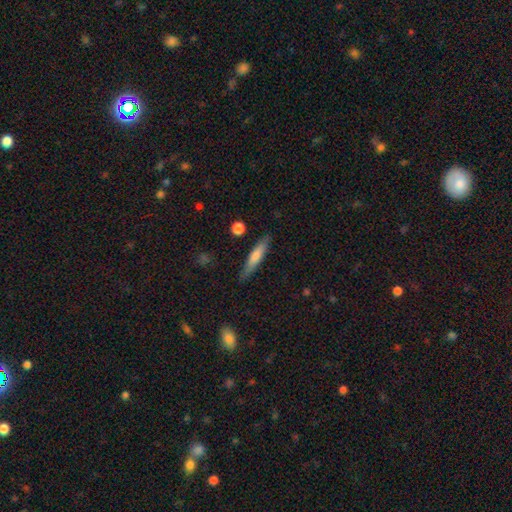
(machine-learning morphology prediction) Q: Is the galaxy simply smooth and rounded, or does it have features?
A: smooth — 62%.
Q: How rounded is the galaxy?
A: cigar-shaped — 87%.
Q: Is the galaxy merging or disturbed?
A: none — 85%.